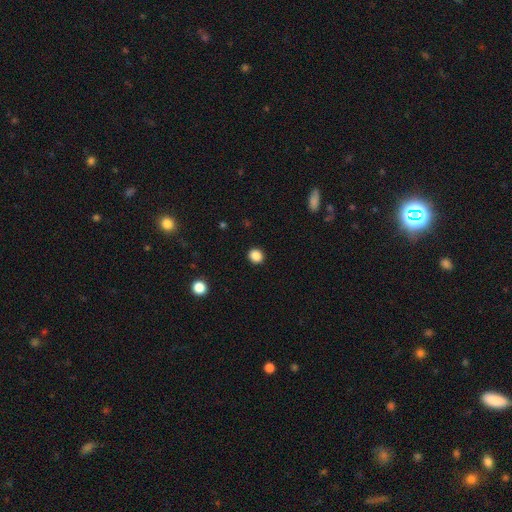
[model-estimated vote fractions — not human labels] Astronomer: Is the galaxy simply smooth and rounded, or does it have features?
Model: smooth — 86%.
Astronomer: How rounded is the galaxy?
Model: round — 82%.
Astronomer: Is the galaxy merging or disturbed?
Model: none — 92%.